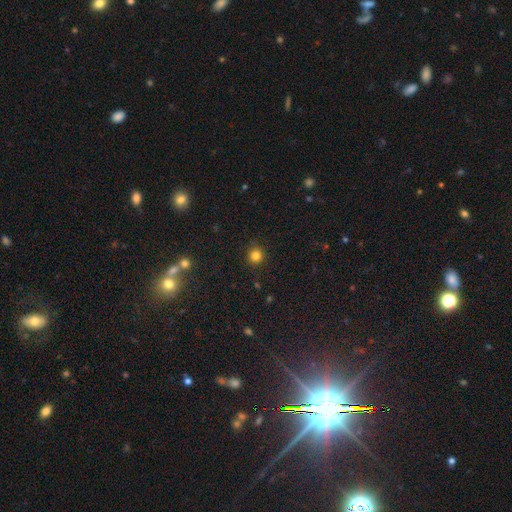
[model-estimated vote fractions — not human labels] Smooth or featured? Predicted: smooth (p=0.82). How rounded? Predicted: round (p=0.93). Merging? Predicted: none (p=0.90).